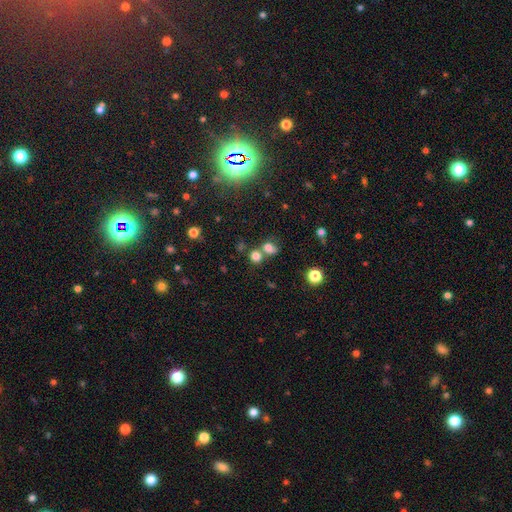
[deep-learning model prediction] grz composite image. It shows a smooth galaxy with no disk features (75%) that is round (77%). Merging: none (49%).